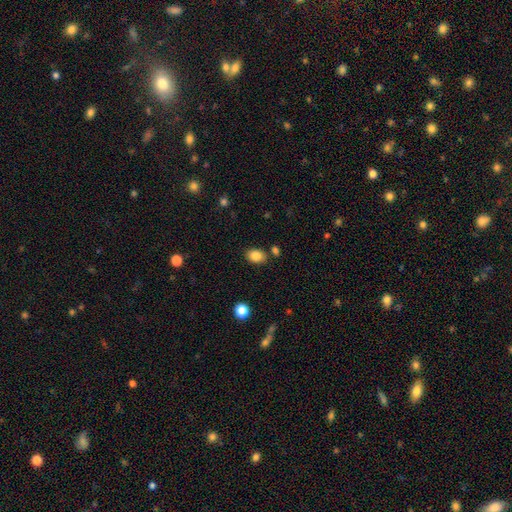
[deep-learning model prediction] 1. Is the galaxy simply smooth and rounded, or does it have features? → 86% smooth, 9% star or artifact, 6% featured or disk.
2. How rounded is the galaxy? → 76% in between, 23% round, 1% cigar-shaped.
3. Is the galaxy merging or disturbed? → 81% none, 11% minor disturbance, 6% merger, 3% major disturbance.